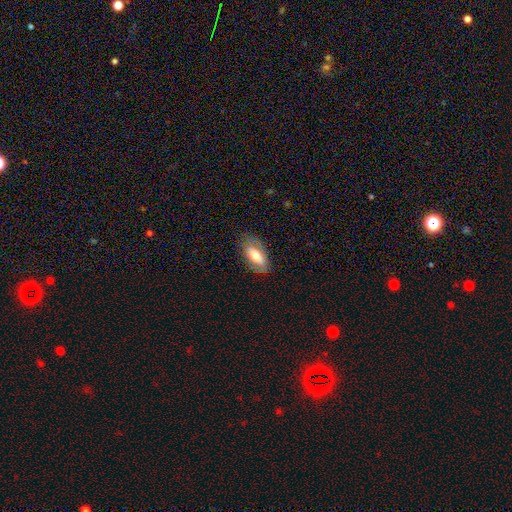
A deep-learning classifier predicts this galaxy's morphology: smooth_or_featured: smooth (p=0.60) [alt: featured or disk p=0.33]
how_rounded: in between (p=0.85) [alt: cigar-shaped p=0.12]
merging: none (p=0.77) [alt: minor disturbance p=0.17]